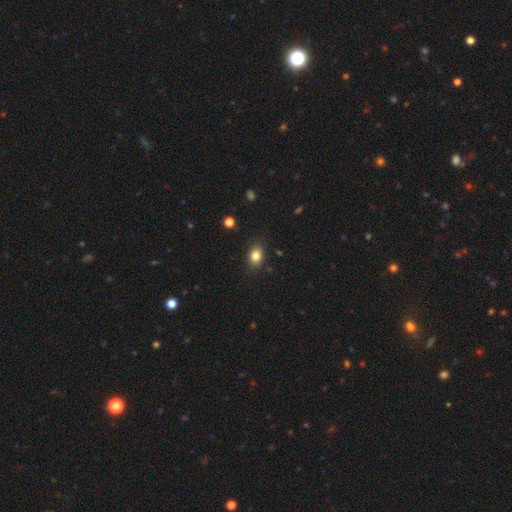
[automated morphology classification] Overall: smooth (82%). How rounded: in between (68%; round 31%). Merging: none (85%).